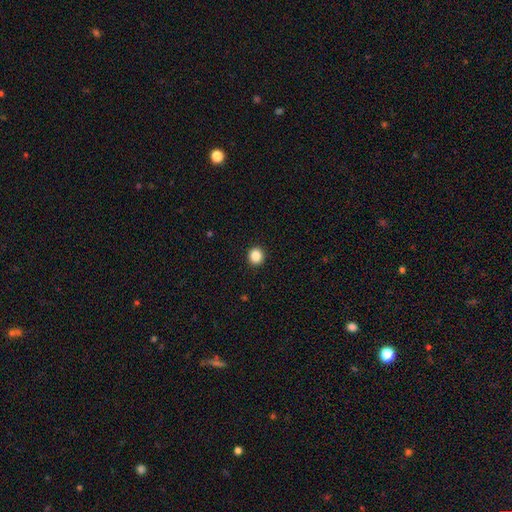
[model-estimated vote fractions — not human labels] smooth-or-featured: smooth: 86% | star or artifact: 10% | featured or disk: 4%
  how-rounded: round: 89% | in between: 10% | cigar-shaped: 1%
  merging: none: 93% | minor disturbance: 4% | major disturbance: 1% | merger: 1%